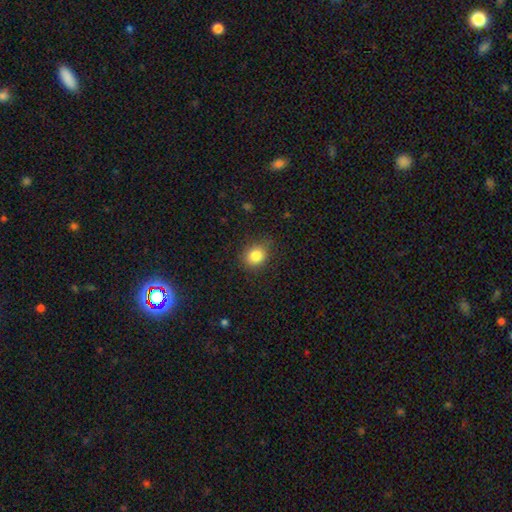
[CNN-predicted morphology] Smooth or featured? smooth (83%)
How rounded? round (67%)
Merging? none (82%)